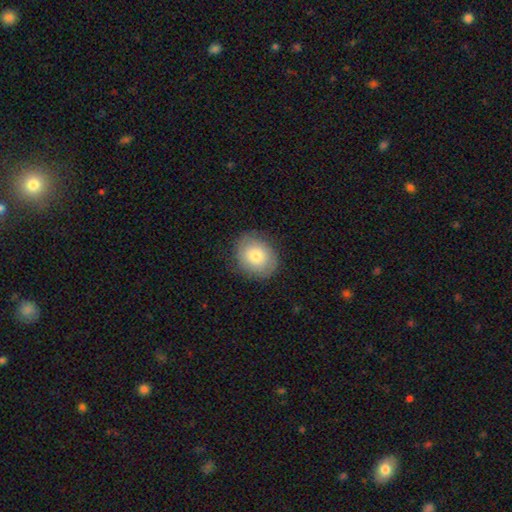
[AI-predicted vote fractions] smooth-or-featured: smooth: 74% | featured or disk: 19% | star or artifact: 7%
  how-rounded: round: 58% | in between: 41% | cigar-shaped: 1%
  merging: none: 82% | minor disturbance: 13% | major disturbance: 4% | merger: 1%